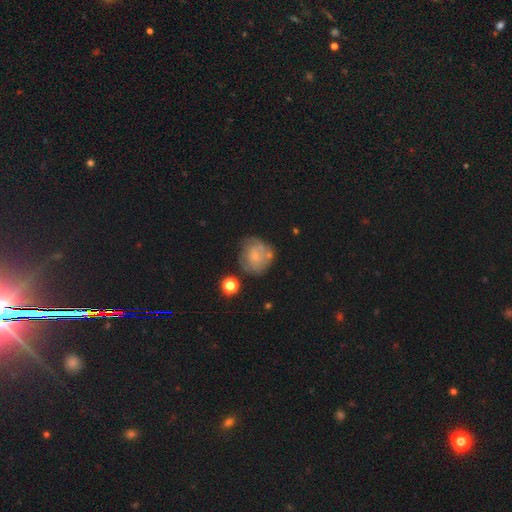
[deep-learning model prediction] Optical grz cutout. It shows a featured or disk galaxy (62%) with no bar (72%), tight (62%) spiral arms (83%) and a small central bulge (70%). Merging: none (61%).